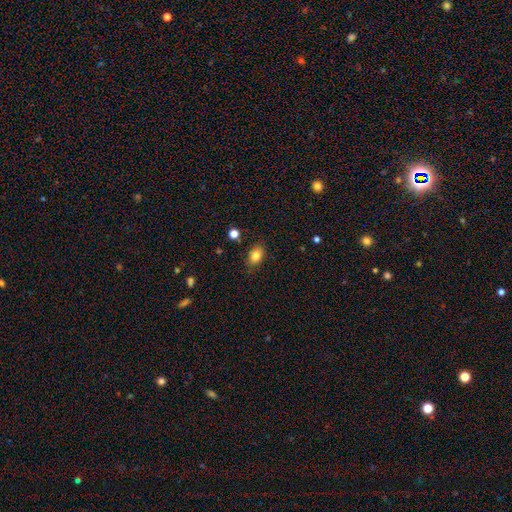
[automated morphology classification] Smooth or featured? smooth (83%)
How rounded? in between (83%)
Merging? none (83%)